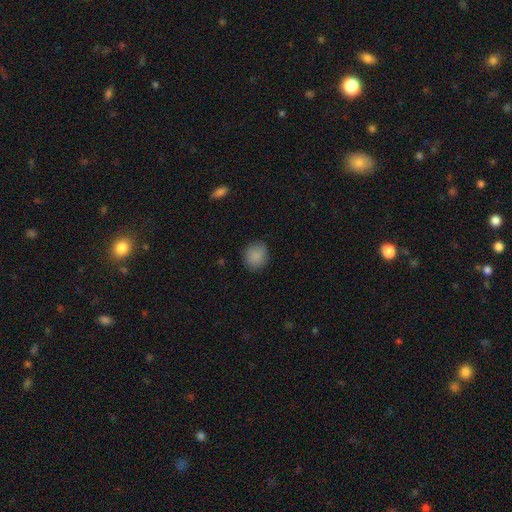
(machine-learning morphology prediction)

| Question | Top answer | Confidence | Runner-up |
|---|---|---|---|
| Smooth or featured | smooth | 87% | star or artifact (9%) |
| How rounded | round | 81% | in between (18%) |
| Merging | none | 86% | minor disturbance (10%) |